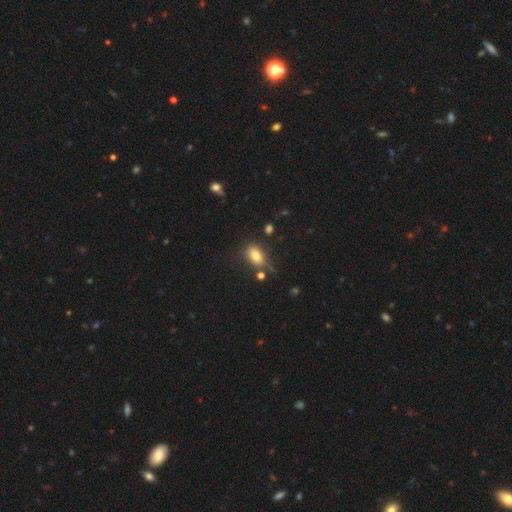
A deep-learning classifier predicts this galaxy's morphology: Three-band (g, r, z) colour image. It shows a smooth galaxy with no disk features (82%) that is in between round and cigar-shaped (85%). Merging: none (70%).